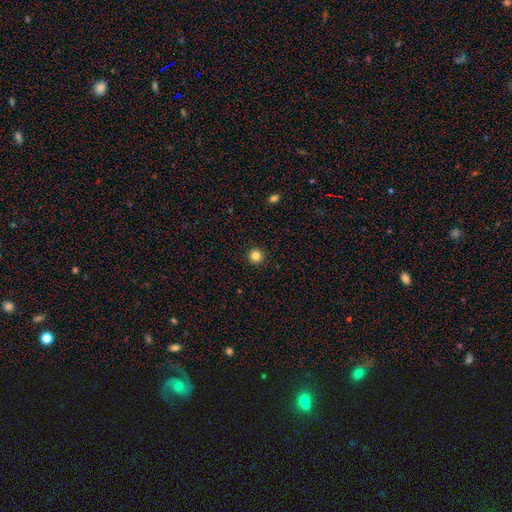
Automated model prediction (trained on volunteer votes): smooth-or-featured: smooth: 84% | star or artifact: 12% | featured or disk: 4%
  how-rounded: round: 96% | in between: 3% | cigar-shaped: 1%
  merging: none: 93% | minor disturbance: 4% | major disturbance: 2% | merger: 1%